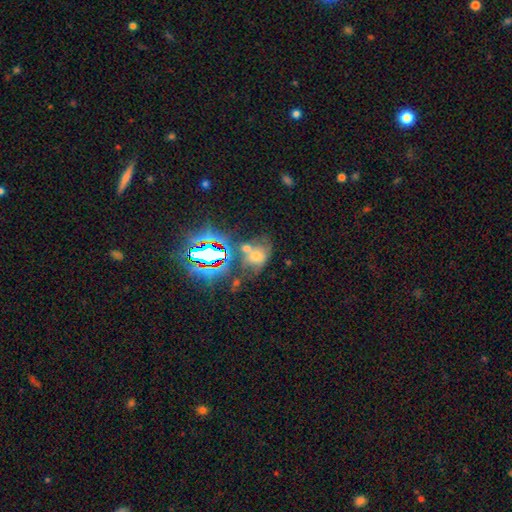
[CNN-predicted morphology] A smooth galaxy with no disk features (43%). Merging: none (37%).